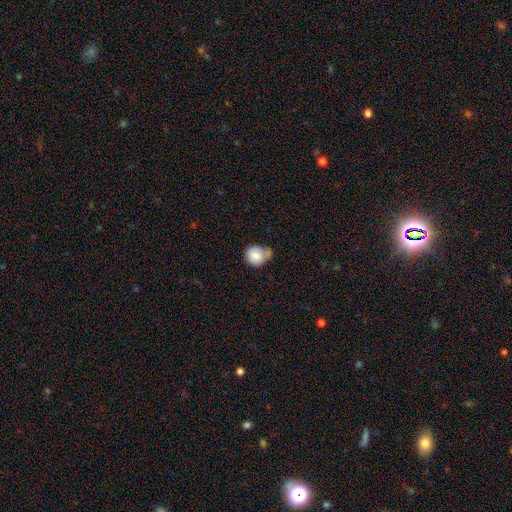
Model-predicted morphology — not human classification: smooth_or_featured: smooth (p=0.79) [alt: featured or disk p=0.13]
how_rounded: round (p=0.75) [alt: in between p=0.24]
merging: none (p=0.37) [alt: minor disturbance p=0.31]